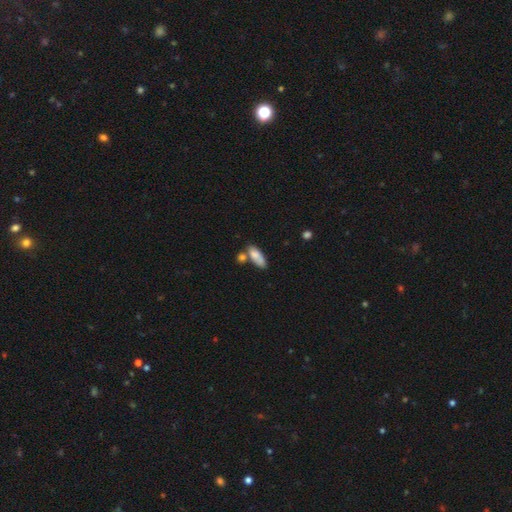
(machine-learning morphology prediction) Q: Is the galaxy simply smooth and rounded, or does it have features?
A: smooth — 77%.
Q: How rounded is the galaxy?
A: in between — 77%.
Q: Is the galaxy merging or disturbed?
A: none — 42%.